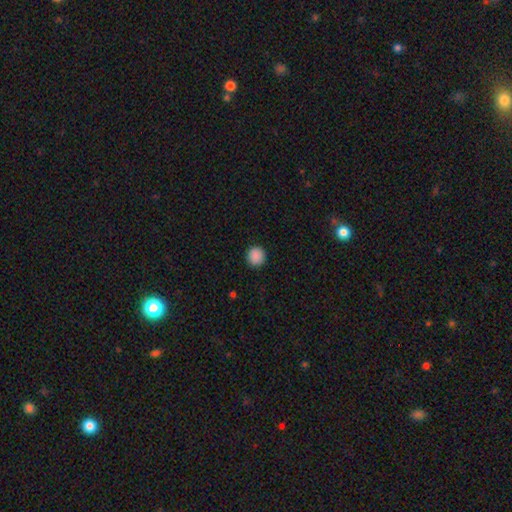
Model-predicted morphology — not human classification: A smooth galaxy with no disk features (89%) that is round (93%).

Vote fractions:
- Smooth or featured? smooth: 89% / star or artifact: 9% / featured or disk: 2%
- How rounded? round: 93% / in between: 6% / cigar-shaped: 1%
- Merging? none: 93% / minor disturbance: 5% / major disturbance: 2% / merger: 1%